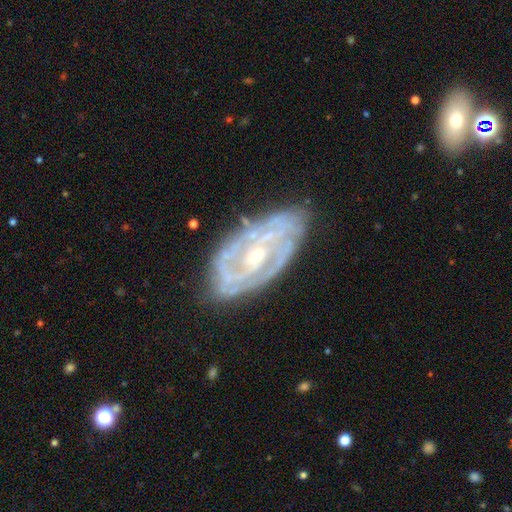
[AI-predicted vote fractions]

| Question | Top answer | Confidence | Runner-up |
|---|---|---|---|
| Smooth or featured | featured or disk | 86% | smooth (8%) |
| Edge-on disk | no | 94% | yes (6%) |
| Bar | no | 51% | weak (34%) |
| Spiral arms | yes | 90% | no (10%) |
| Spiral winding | tight | 62% | medium (31%) |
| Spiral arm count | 2 | 39% | can't tell (30%) |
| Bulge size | small | 67% | moderate (30%) |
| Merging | none | 73% | minor disturbance (19%) |